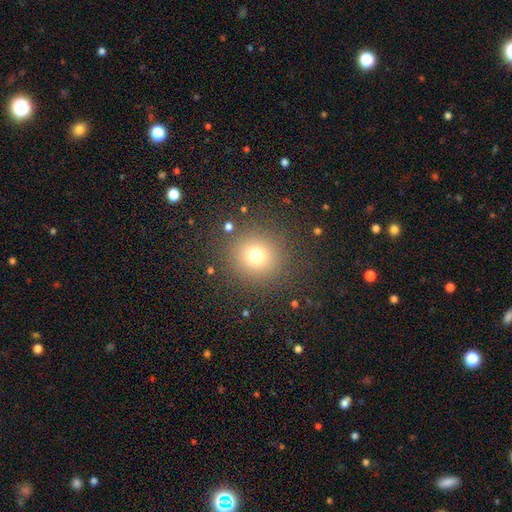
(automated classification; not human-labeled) smooth 72%, star or artifact 18%, featured or disk 9%. Down the decision tree: how rounded — round (94%); merging — none (87%).